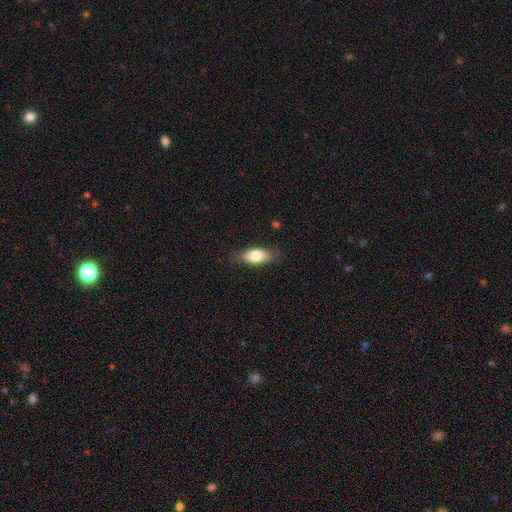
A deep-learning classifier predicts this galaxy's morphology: Q: Smooth or featured?
A: smooth (77%); runner-up: featured or disk (16%)
Q: How rounded?
A: in between (82%); runner-up: cigar-shaped (14%)
Q: Merging?
A: none (82%); runner-up: minor disturbance (14%)